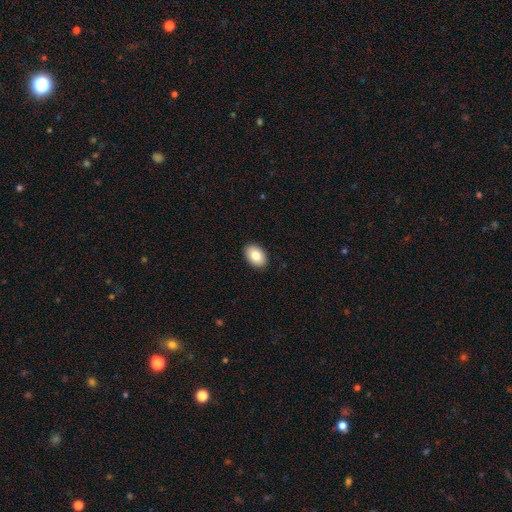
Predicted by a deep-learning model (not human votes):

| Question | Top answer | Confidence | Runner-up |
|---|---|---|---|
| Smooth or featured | smooth | 84% | featured or disk (9%) |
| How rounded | in between | 86% | round (13%) |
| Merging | none | 90% | minor disturbance (7%) |